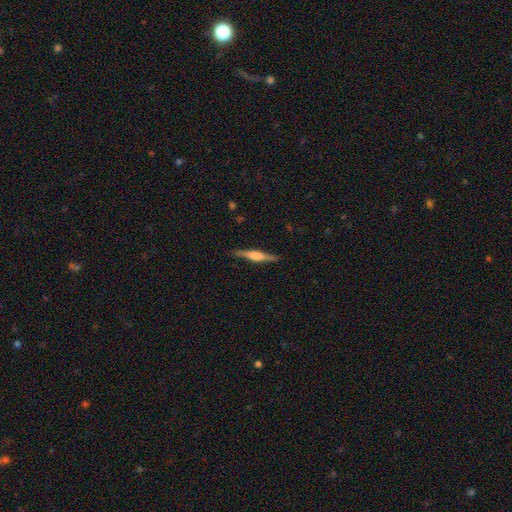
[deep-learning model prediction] smooth_or_featured: featured or disk (p=0.63) [alt: smooth p=0.31]
disk_edge_on: yes (p=0.97) [alt: no p=0.03]
edge_on_bulge: rounded (p=0.55) [alt: boxy p=0.37]
merging: none (p=0.87) [alt: minor disturbance p=0.10]